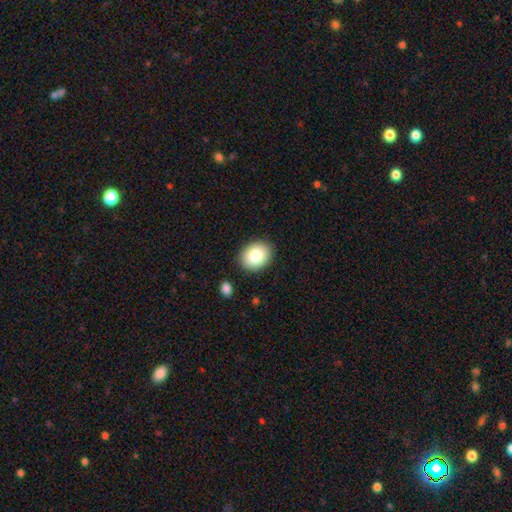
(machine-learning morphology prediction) Smooth or featured? Predicted: smooth (p=0.84). How rounded? Predicted: in between (p=0.51). Merging? Predicted: none (p=0.88).